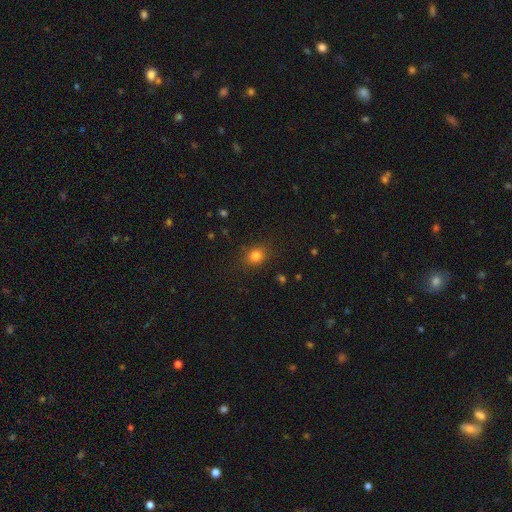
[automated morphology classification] Smooth or featured: smooth — 81% (star or artifact — 13%)
How rounded: round — 64% (in between — 35%)
Merging: none — 84% (minor disturbance — 11%)